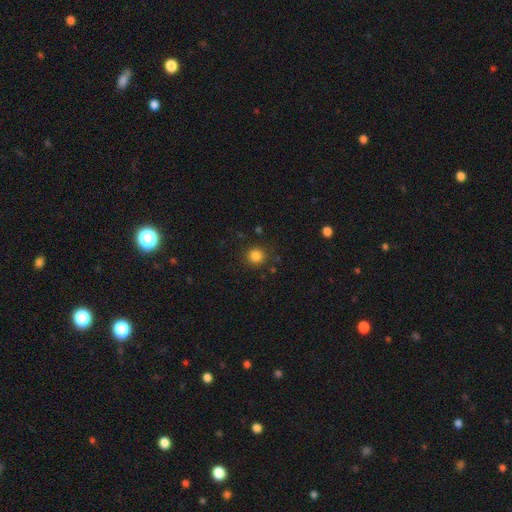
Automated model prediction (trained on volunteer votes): A smooth galaxy with no disk features (84%) that is round (92%). Merging: none (87%).